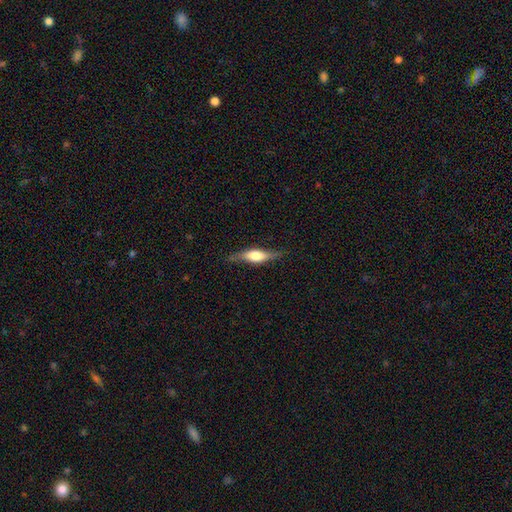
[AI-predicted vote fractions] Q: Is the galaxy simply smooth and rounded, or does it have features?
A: featured or disk — 62%.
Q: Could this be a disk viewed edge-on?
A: yes — 90%.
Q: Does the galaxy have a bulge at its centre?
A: rounded — 82%.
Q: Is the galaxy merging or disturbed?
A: none — 78%.